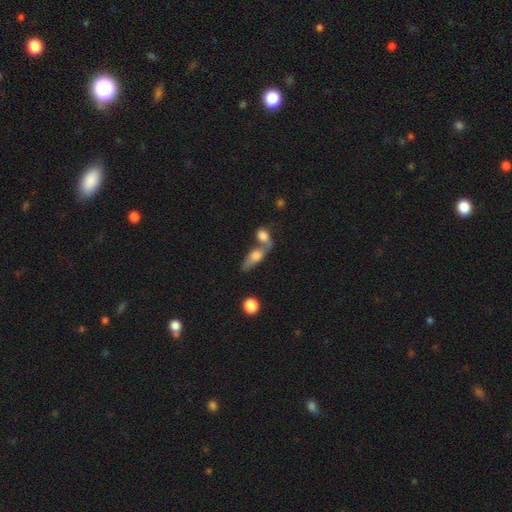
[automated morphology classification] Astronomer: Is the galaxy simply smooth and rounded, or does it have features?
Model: smooth — 64%.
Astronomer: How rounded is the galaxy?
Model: in between — 67%.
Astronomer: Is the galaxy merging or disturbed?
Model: merger — 55%.